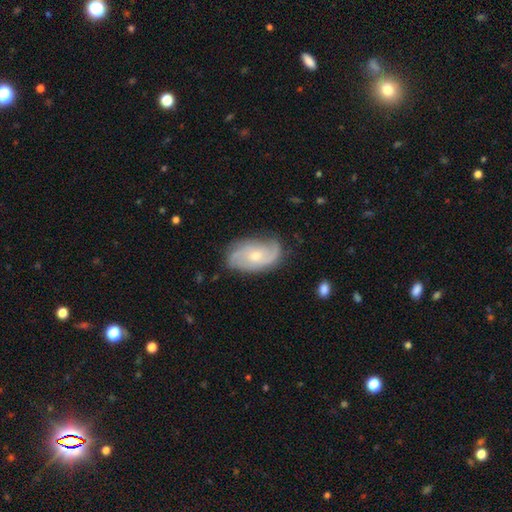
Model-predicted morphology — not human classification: smooth-or-featured: featured or disk: 76% | smooth: 18% | star or artifact: 6%
  disk-edge-on: no: 96% | yes: 4%
    bar: no: 71% | weak: 25% | strong: 4%
    has-spiral-arms: yes: 93% | no: 7%
      spiral-winding: medium: 42% | tight: 35% | loose: 23%
      spiral-arm-count: 2: 47% | can't tell: 21% | 3: 19% | 1: 5% | 4: 4% | more than 4: 3%
    bulge-size: small: 50% | moderate: 46% | large: 2% | none: 2% | dominant: 1%
  merging: none: 73% | minor disturbance: 20% | major disturbance: 6% | merger: 1%